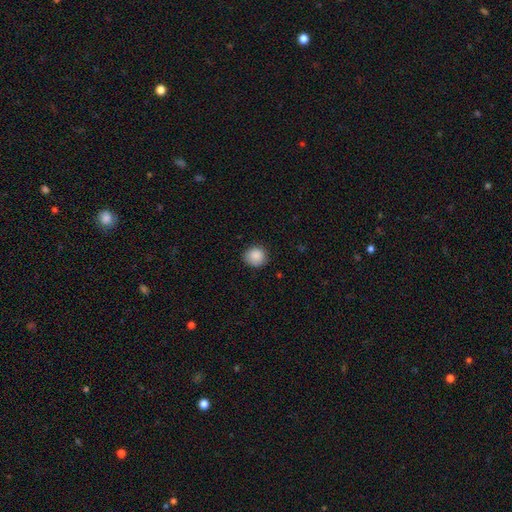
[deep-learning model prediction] This appears to be a smooth galaxy with no disk features (88%) that is round (86%). Merging: none (84%).